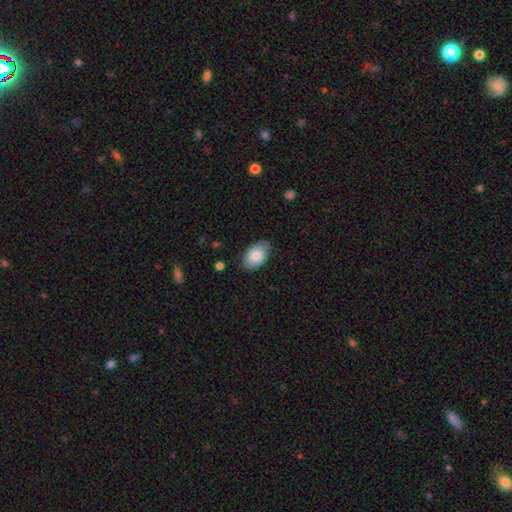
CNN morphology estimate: A smooth galaxy with no disk features (80%) that is in between round and cigar-shaped (92%). Merging: none (81%).